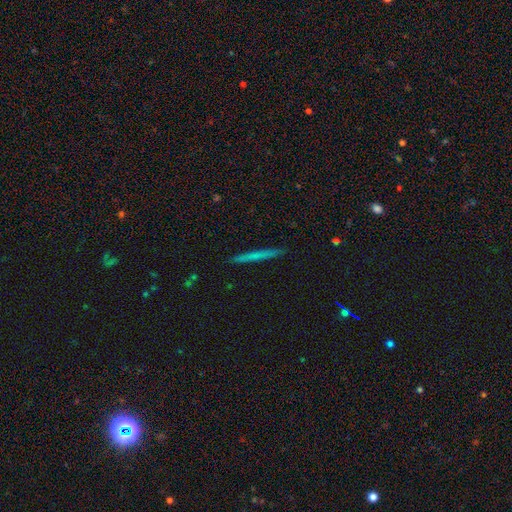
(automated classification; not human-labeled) Smooth or featured?
  - smooth: 53% *
  - featured or disk: 41%
  - star or artifact: 7%
How rounded?
  - cigar-shaped: 96% *
  - in between: 2%
  - round: 2%
Merging?
  - none: 92% *
  - minor disturbance: 5%
  - major disturbance: 1%
  - merger: 1%